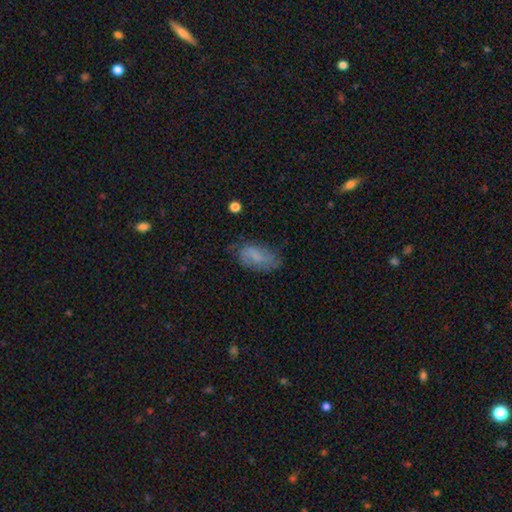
smooth 72%, featured or disk 23%, star or artifact 5%. Down the decision tree: how rounded — in between (86%); merging — none (68%).